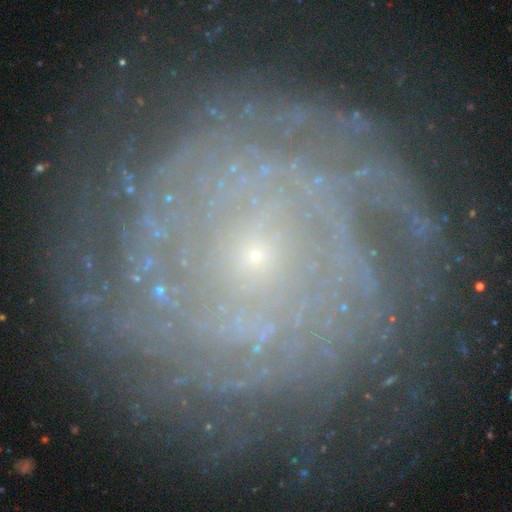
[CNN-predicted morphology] A featured or disk galaxy (78%) with no bar (73%), tight (72%) spiral arms (88%) and a small central bulge (86%). Merging: none (71%).